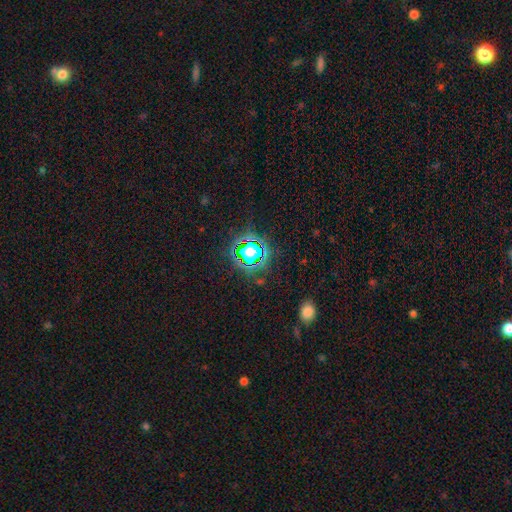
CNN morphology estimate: This appears to be a star or artifact, not a galaxy (79%).